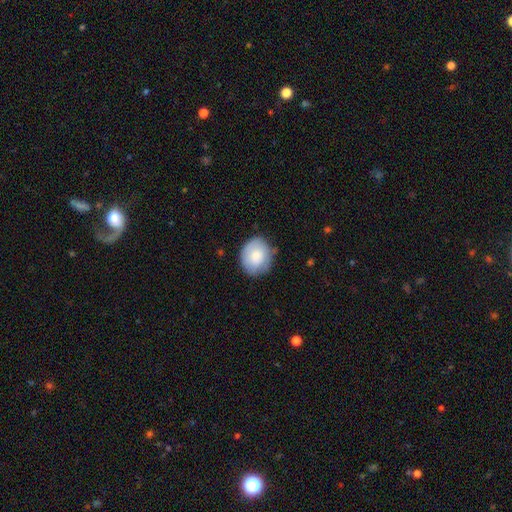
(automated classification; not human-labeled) Smooth or featured?
  - smooth: 73% *
  - featured or disk: 20%
  - star or artifact: 7%
How rounded?
  - round: 68% *
  - in between: 31%
  - cigar-shaped: 1%
Merging?
  - none: 71% *
  - minor disturbance: 22%
  - major disturbance: 5%
  - merger: 2%